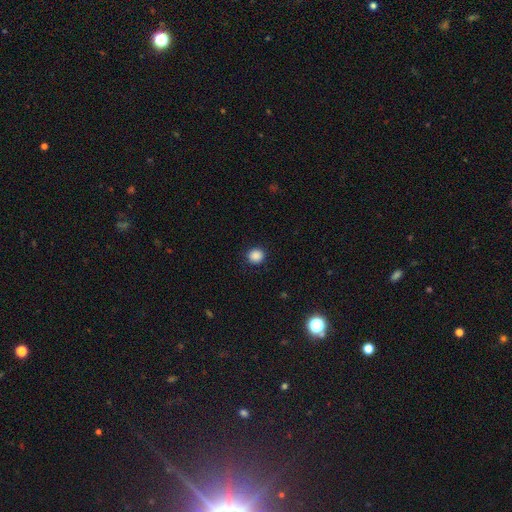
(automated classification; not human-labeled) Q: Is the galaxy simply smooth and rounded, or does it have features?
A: smooth — 88%.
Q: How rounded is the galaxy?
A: round — 89%.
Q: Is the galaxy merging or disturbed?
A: none — 91%.